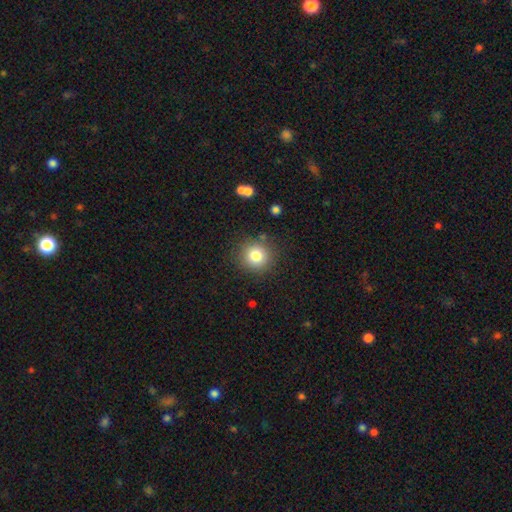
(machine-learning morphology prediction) Smooth or featured?
  - smooth: 80% *
  - star or artifact: 12%
  - featured or disk: 8%
How rounded?
  - round: 91% *
  - in between: 8%
  - cigar-shaped: 1%
Merging?
  - none: 86% *
  - minor disturbance: 8%
  - major disturbance: 3%
  - merger: 2%